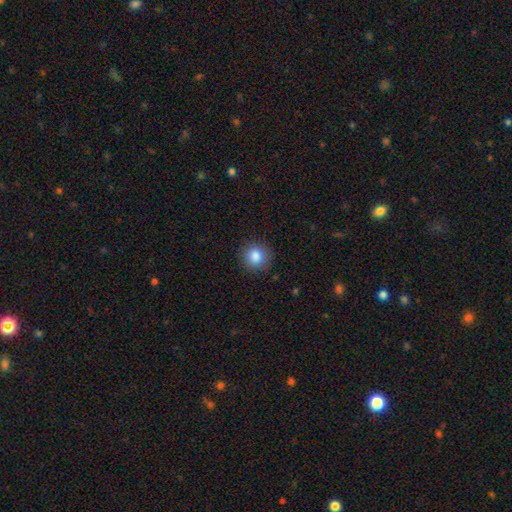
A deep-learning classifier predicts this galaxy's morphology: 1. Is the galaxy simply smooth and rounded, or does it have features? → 85% smooth, 10% star or artifact, 5% featured or disk.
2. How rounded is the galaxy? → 90% round, 9% in between, 1% cigar-shaped.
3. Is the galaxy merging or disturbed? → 89% none, 8% minor disturbance, 2% major disturbance, 1% merger.